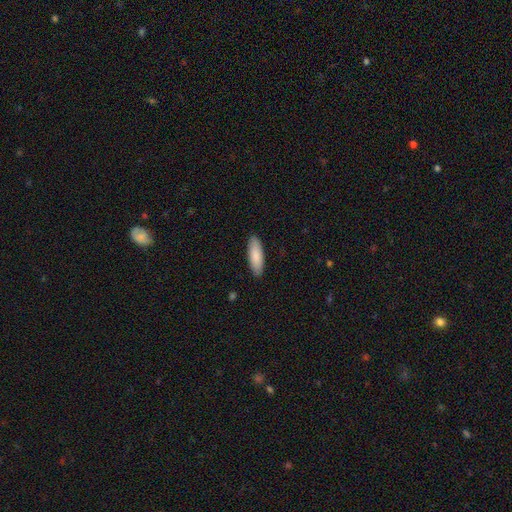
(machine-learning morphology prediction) Q: Smooth or featured?
A: smooth (87%); runner-up: featured or disk (8%)
Q: How rounded?
A: in between (59%); runner-up: cigar-shaped (40%)
Q: Merging?
A: none (90%); runner-up: minor disturbance (8%)